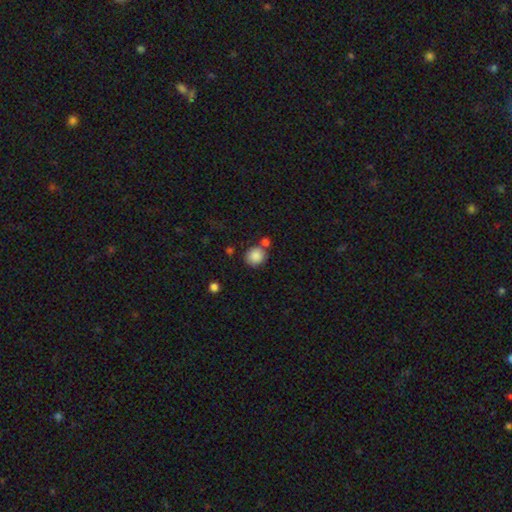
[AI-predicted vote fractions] Q: Smooth or featured?
A: smooth (87%); runner-up: star or artifact (9%)
Q: How rounded?
A: round (82%); runner-up: in between (17%)
Q: Merging?
A: none (71%); runner-up: merger (15%)